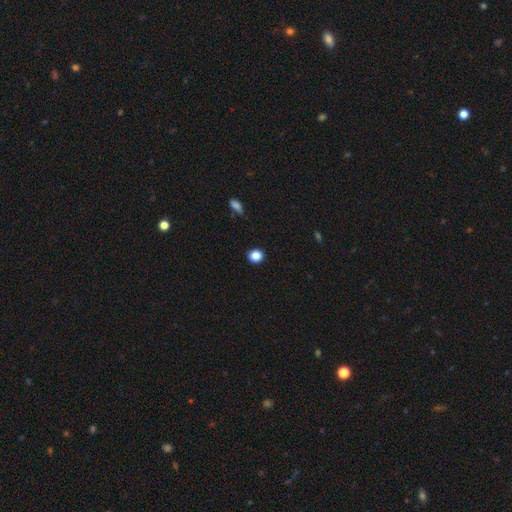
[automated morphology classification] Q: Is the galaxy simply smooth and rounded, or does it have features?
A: smooth — 87%.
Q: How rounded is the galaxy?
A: round — 81%.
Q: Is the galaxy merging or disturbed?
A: none — 90%.